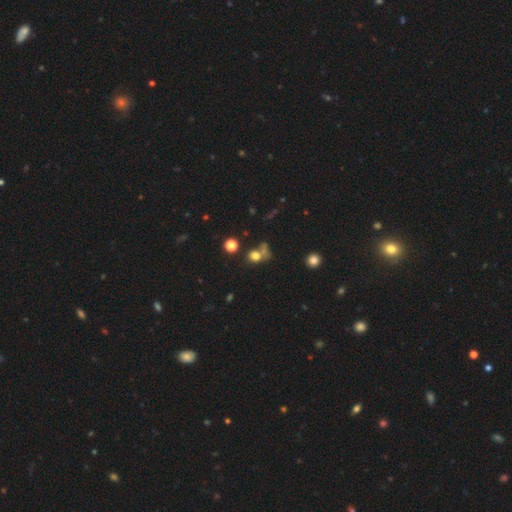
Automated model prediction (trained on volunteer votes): smooth-or-featured: smooth: 70% | star or artifact: 19% | featured or disk: 11%
  how-rounded: round: 70% | in between: 28% | cigar-shaped: 2%
  merging: none: 47% | merger: 31% | minor disturbance: 13% | major disturbance: 10%